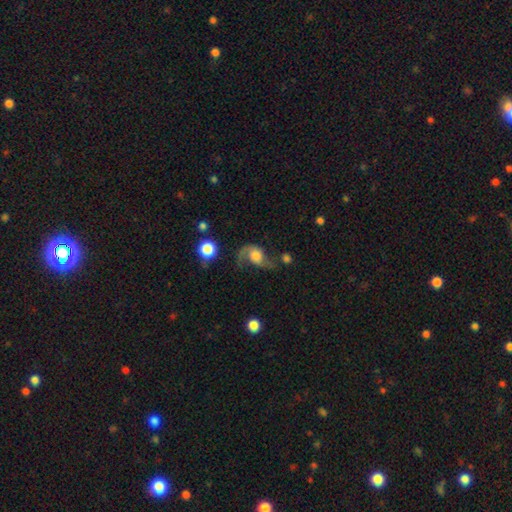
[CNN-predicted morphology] Overall: featured or disk (72%). Edge-on disk: no (97%). Bar: no (68%). Spiral arms: yes (93%). Spiral arm count: 2 (82%). Spiral winding: loose (73%). Bulge size: moderate (36%, tied with large). Merging: none (44%; major disturbance 29%).